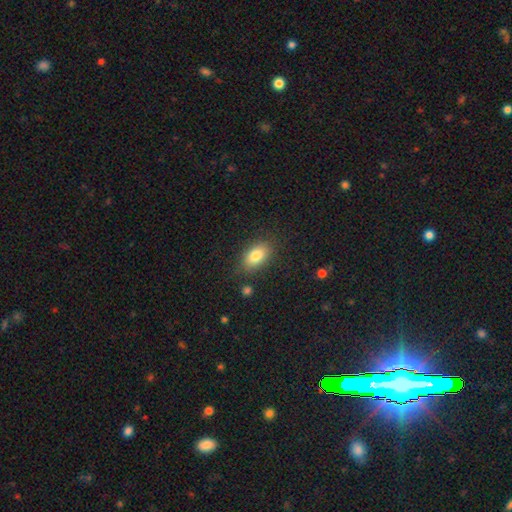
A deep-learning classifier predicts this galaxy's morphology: Q: Smooth or featured?
A: smooth (82%); runner-up: featured or disk (10%)
Q: How rounded?
A: in between (89%); runner-up: round (8%)
Q: Merging?
A: none (81%); runner-up: minor disturbance (13%)